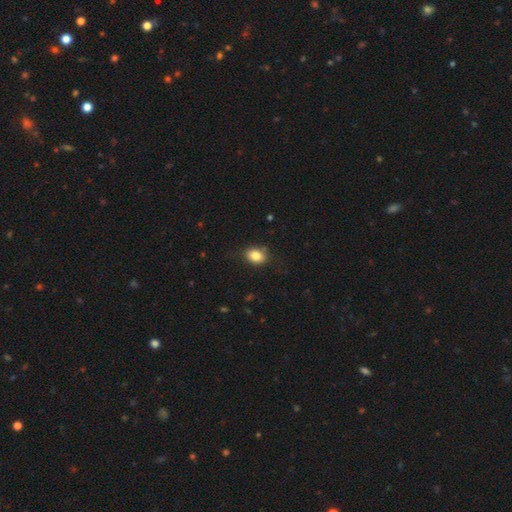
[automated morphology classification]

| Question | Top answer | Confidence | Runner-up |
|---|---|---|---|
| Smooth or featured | smooth | 84% | star or artifact (9%) |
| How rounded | in between | 71% | round (28%) |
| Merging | none | 80% | minor disturbance (15%) |